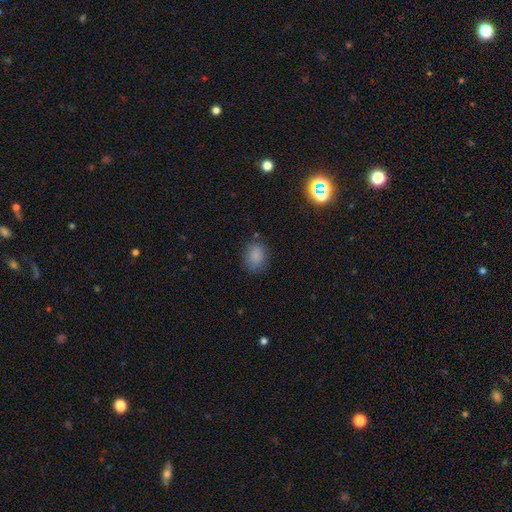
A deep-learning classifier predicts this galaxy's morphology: This is clearly a smooth galaxy (84%). How rounded: possibly round (53%). Merging: likely none (78%).